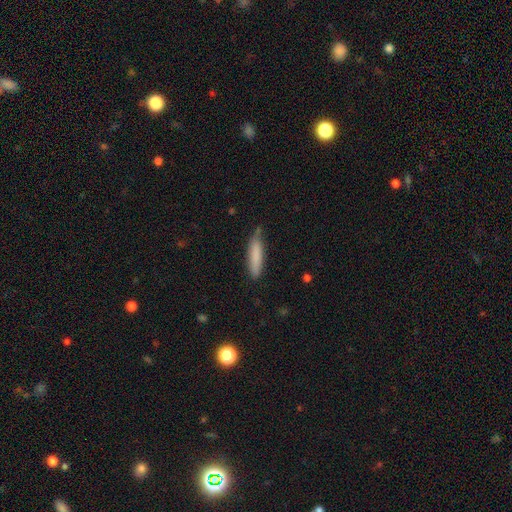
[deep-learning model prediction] Morphology: type=smooth (81%); roundness=cigar-shaped (81%); merging=none (69%).